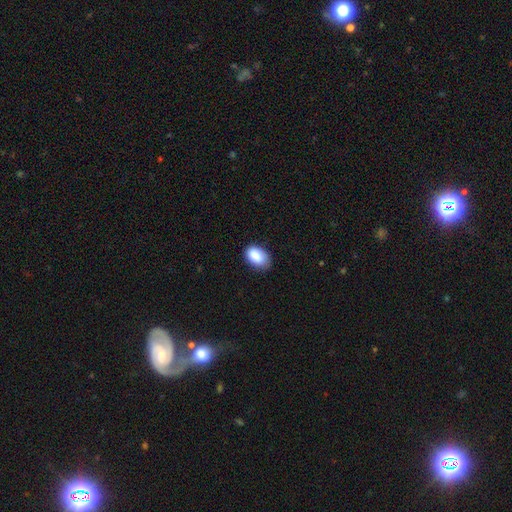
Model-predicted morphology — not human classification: Smooth or featured: smooth — 88% (star or artifact — 7%)
How rounded: in between — 92% (round — 7%)
Merging: none — 72% (minor disturbance — 23%)